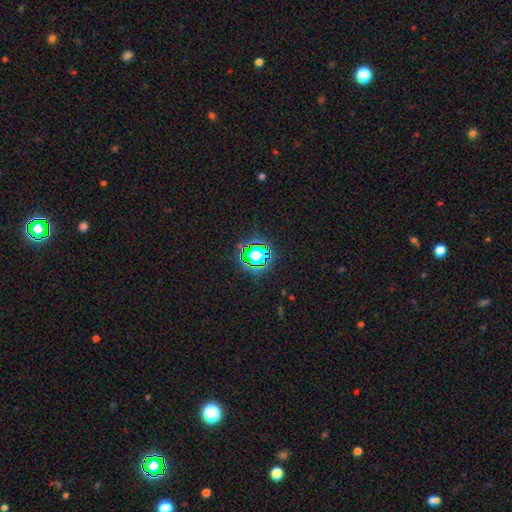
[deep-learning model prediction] Smooth or featured? Predicted: star or artifact (p=0.72).